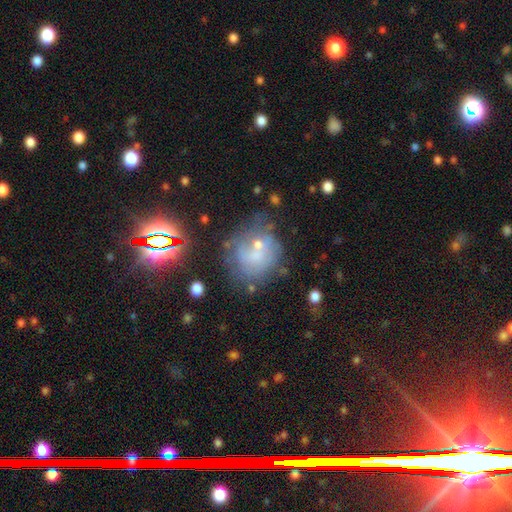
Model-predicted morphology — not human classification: Q: Smooth or featured?
A: featured or disk (40%); runner-up: smooth (38%)
Q: Merging?
A: none (45%); runner-up: minor disturbance (21%)